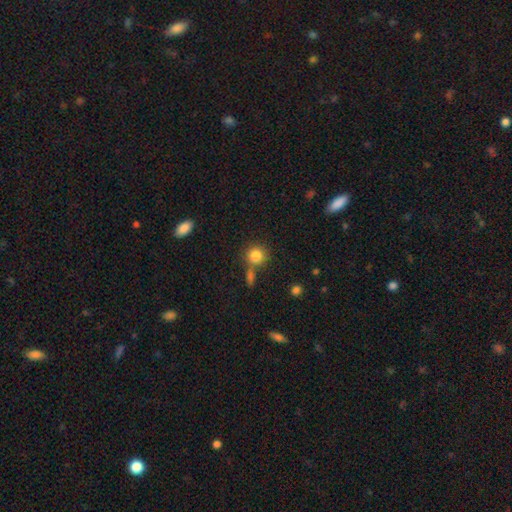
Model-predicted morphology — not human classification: Q: Smooth or featured?
A: smooth (83%); runner-up: star or artifact (10%)
Q: How rounded?
A: round (88%); runner-up: in between (11%)
Q: Merging?
A: none (65%); runner-up: merger (20%)